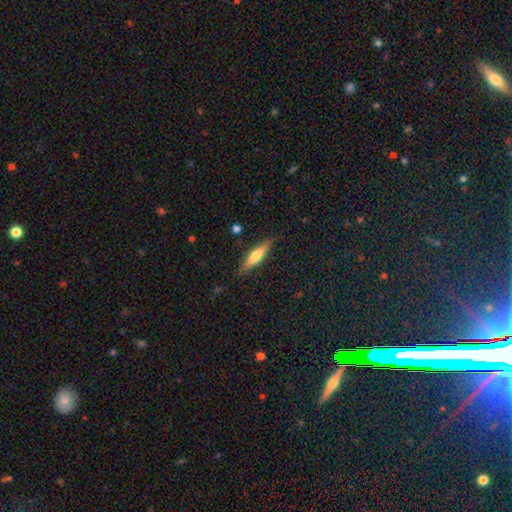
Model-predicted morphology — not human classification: The model was most divided on "smooth or featured": smooth: 55%, featured or disk: 39%, star or artifact: 6%. More confident: merging — none (86%); how rounded — cigar-shaped (76%).